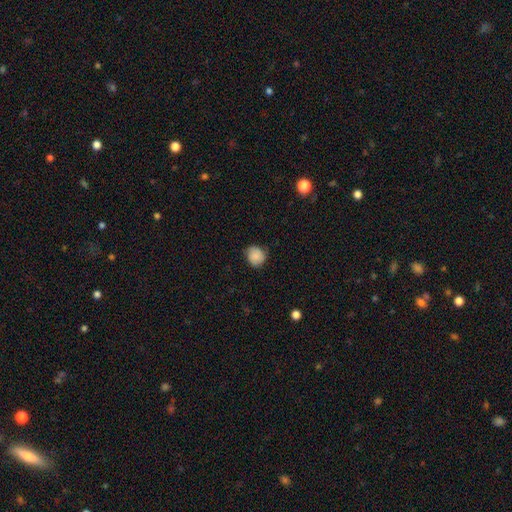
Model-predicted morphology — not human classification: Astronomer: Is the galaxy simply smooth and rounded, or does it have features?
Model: smooth — 85%.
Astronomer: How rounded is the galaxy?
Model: round — 80%.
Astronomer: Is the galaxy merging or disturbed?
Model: none — 77%.